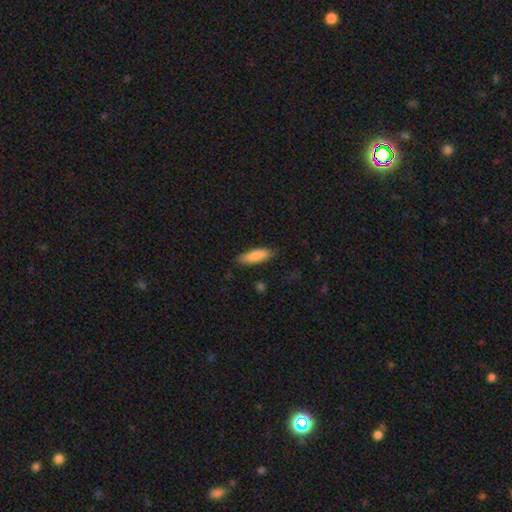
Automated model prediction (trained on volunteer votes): smooth-or-featured: smooth: 86% | featured or disk: 9% | star or artifact: 6%
  how-rounded: cigar-shaped: 54% | in between: 44% | round: 2%
  merging: none: 84% | minor disturbance: 12% | major disturbance: 3% | merger: 1%